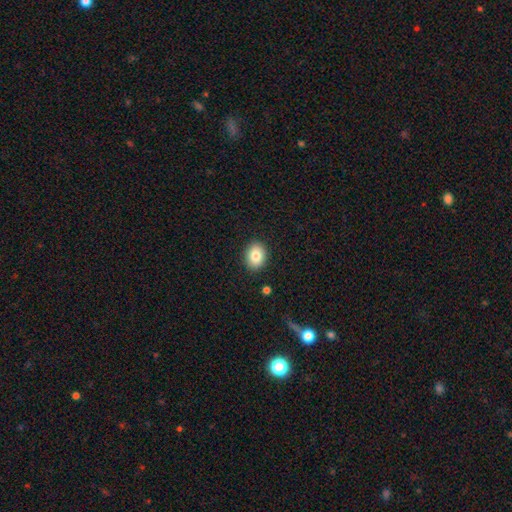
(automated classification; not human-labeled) Q: Smooth or featured?
A: smooth (83%); runner-up: star or artifact (9%)
Q: How rounded?
A: in between (57%); runner-up: round (42%)
Q: Merging?
A: none (89%); runner-up: minor disturbance (8%)